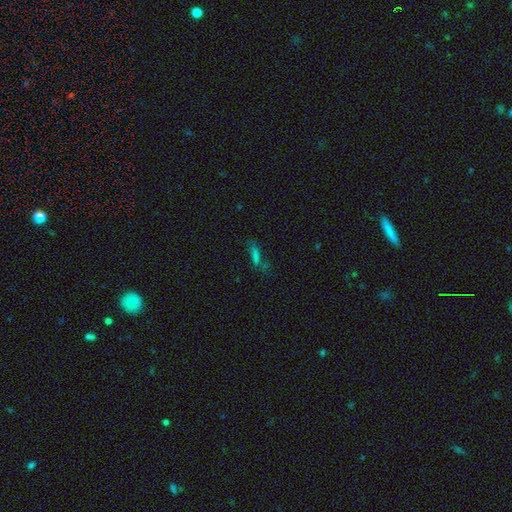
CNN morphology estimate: smooth-or-featured: smooth: 50% | star or artifact: 30% | featured or disk: 20%
  how-rounded: cigar-shaped: 56% | in between: 38% | round: 5%
  merging: none: 55% | minor disturbance: 20% | major disturbance: 15% | merger: 10%